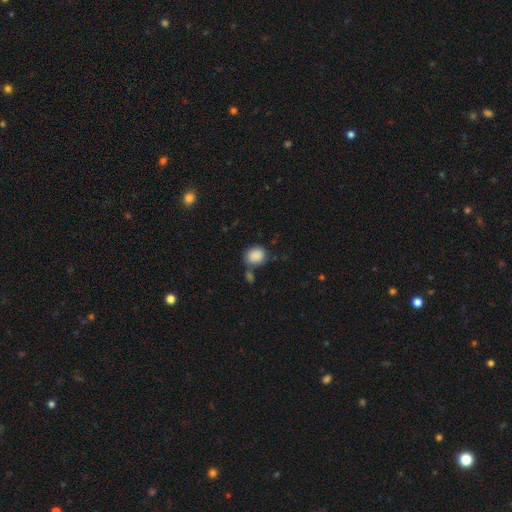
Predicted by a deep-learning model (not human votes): Smooth or featured: smooth — 88% (star or artifact — 8%)
How rounded: round — 60% (in between — 39%)
Merging: none — 63% (minor disturbance — 16%)